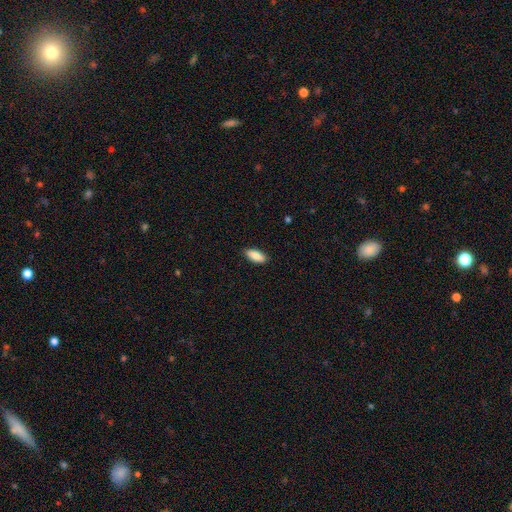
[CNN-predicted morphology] smooth 88%, star or artifact 6%, featured or disk 6%. Down the decision tree: how rounded — in between (84%); merging — none (89%).